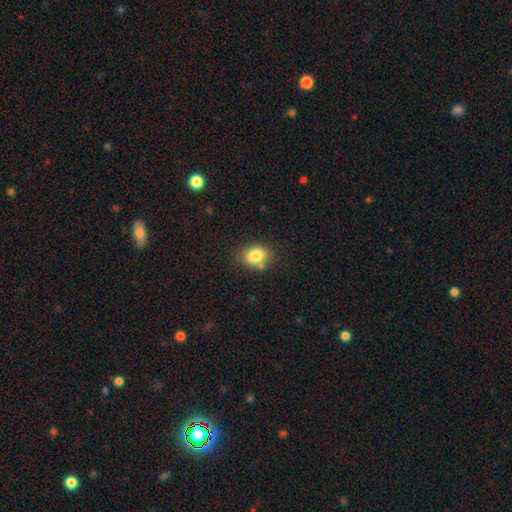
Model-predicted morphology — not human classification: Smooth or featured: smooth — 82% (star or artifact — 10%)
How rounded: round — 55% (in between — 44%)
Merging: none — 77% (minor disturbance — 13%)